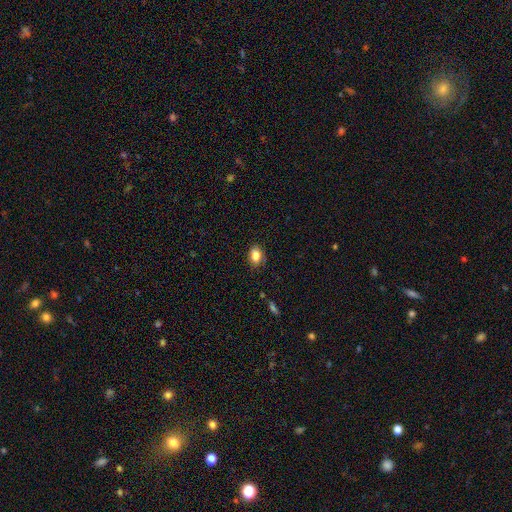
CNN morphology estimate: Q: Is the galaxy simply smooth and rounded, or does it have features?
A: smooth — 83%.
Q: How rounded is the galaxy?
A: in between — 77%.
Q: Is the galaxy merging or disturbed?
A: none — 82%.